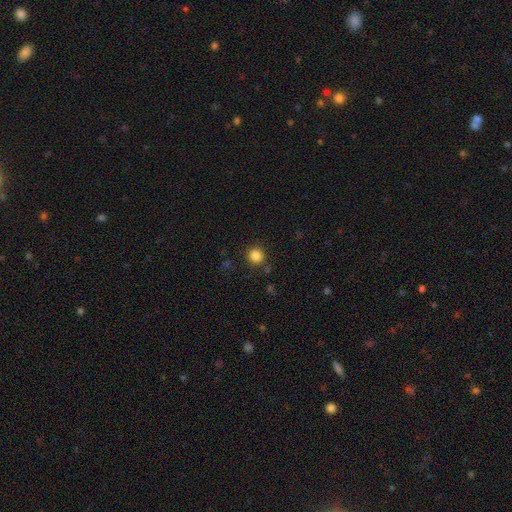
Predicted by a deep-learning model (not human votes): smooth 84%, star or artifact 12%, featured or disk 4%. Down the decision tree: how rounded — round (93%); merging — none (88%).